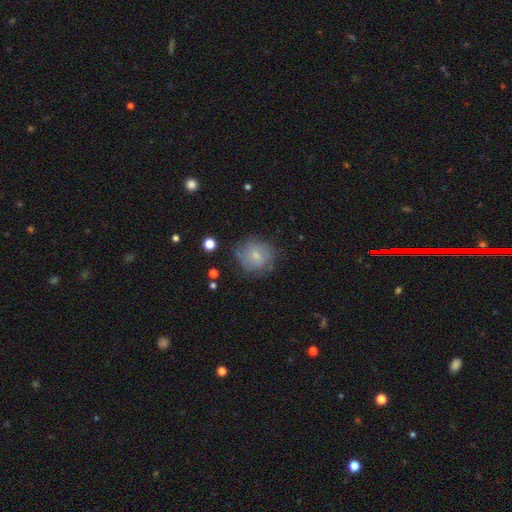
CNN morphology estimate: Smooth or featured? Predicted: smooth (p=0.55). How rounded? Predicted: round (p=0.87). Merging? Predicted: none (p=0.71).